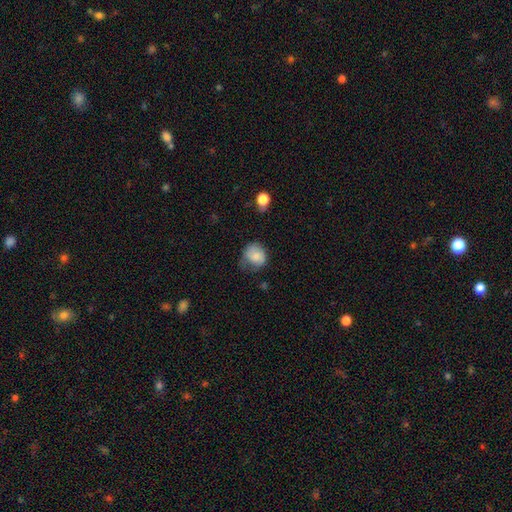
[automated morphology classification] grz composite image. It shows a smooth galaxy with no disk features (77%) that is round (68%). Merging: none (43%).